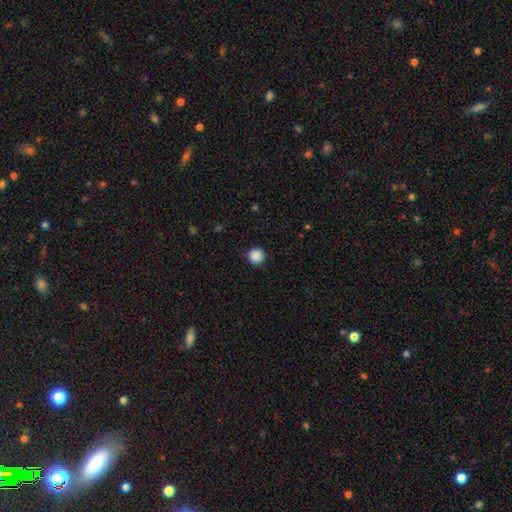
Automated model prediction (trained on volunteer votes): smooth 88%, star or artifact 10%, featured or disk 2%. Down the decision tree: how rounded — round (95%); merging — none (90%).